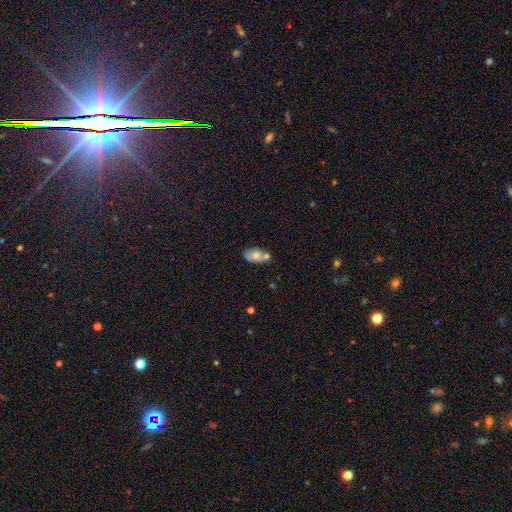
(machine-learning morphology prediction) smooth 61%, featured or disk 30%, star or artifact 9%. Down the decision tree: how rounded — in between (89%); merging — none (48%).